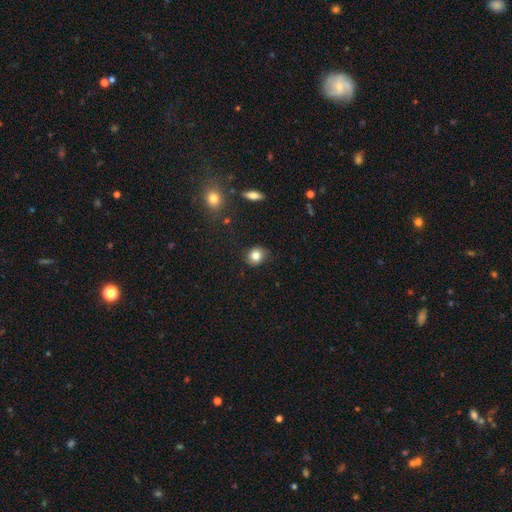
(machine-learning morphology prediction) type=smooth (81%); roundness=round (66%); merging=none (81%).